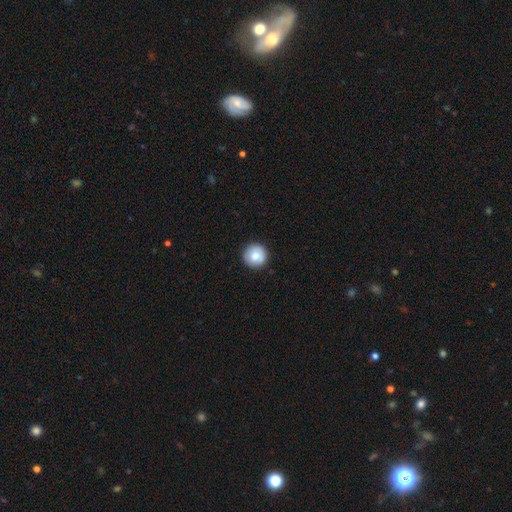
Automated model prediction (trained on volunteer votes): This appears to be a smooth galaxy with no disk features (79%) that is round (96%). Merging: none (91%).